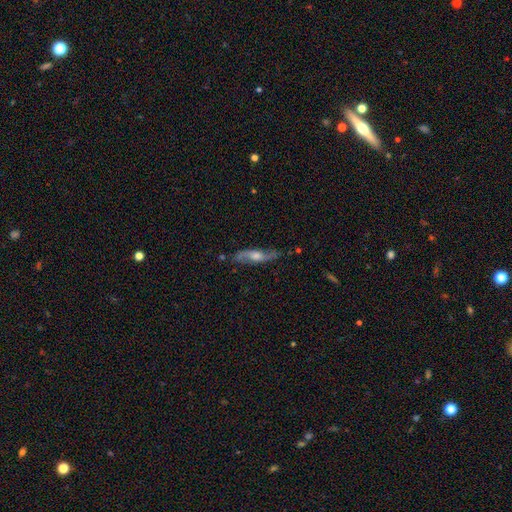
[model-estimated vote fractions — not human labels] Morphology: type=featured or disk (71%); edge-on=no (62%); merging=none (76%).